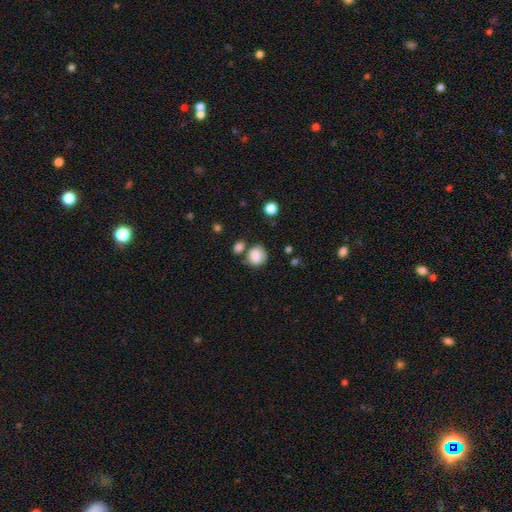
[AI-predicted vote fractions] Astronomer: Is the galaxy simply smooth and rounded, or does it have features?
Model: smooth — 82%.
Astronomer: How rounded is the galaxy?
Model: round — 74%.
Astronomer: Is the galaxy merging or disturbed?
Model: none — 56%.